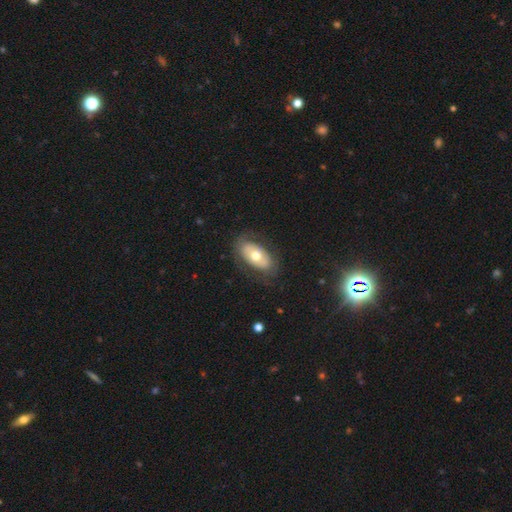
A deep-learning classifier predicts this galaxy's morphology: This is possibly a smooth galaxy (55%). How rounded: clearly in between (92%). Merging: likely none (77%).